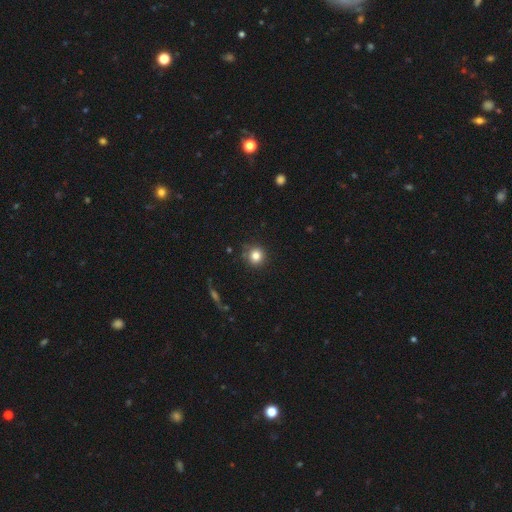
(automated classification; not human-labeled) Smooth or featured? smooth (82%)
How rounded? round (92%)
Merging? none (86%)